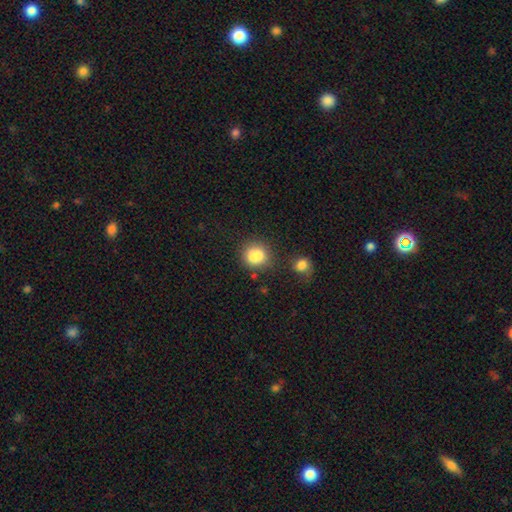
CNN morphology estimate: smooth-or-featured: smooth: 84% | star or artifact: 10% | featured or disk: 6%
  how-rounded: round: 77% | in between: 22% | cigar-shaped: 1%
  merging: none: 62% | merger: 16% | minor disturbance: 16% | major disturbance: 6%